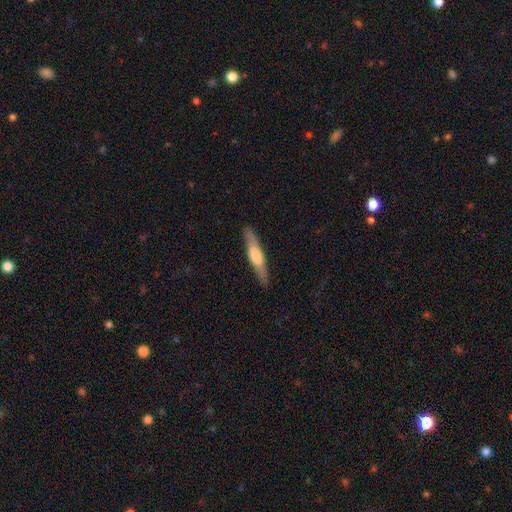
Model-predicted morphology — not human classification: smooth-or-featured: smooth: 50% | featured or disk: 45% | star or artifact: 5%
  merging: none: 89% | minor disturbance: 8% | major disturbance: 2% | merger: 1%